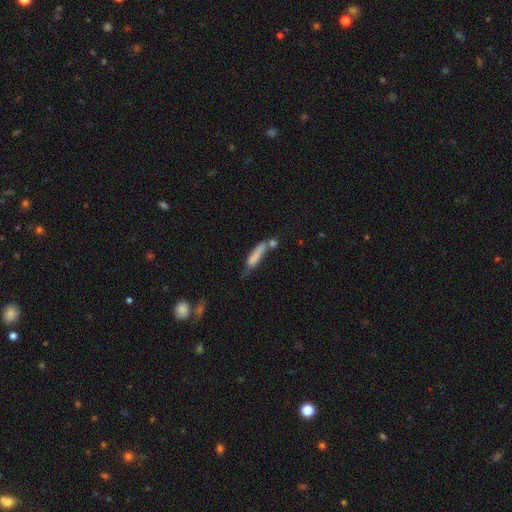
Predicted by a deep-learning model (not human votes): Smooth or featured? Predicted: smooth (p=0.72). How rounded? Predicted: cigar-shaped (p=0.77). Merging? Predicted: none (p=0.36).